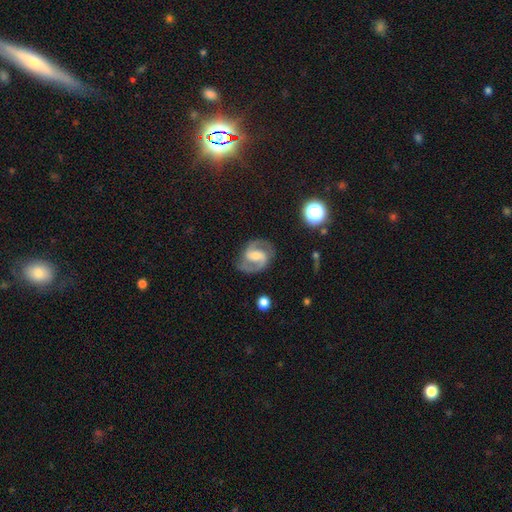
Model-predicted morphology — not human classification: Overall: featured or disk (89%). Edge-on disk: no (98%). Bar: weak (48%; strong 31%). Spiral arms: yes (97%). Spiral arm count: 2 (93%). Spiral winding: medium (60%; tight 24%). Bulge size: moderate (46%; small 37%). Merging: none (82%).